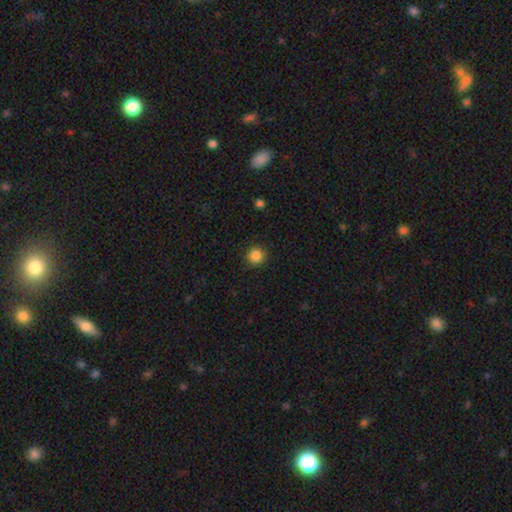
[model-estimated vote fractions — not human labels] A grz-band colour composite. It shows a smooth galaxy with no disk features (86%) that is round (94%). Merging: none (91%).